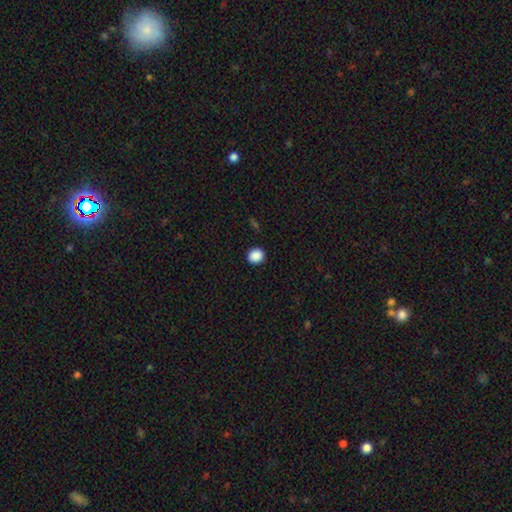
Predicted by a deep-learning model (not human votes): Smooth or featured? Predicted: smooth (p=0.89). How rounded? Predicted: round (p=0.79). Merging? Predicted: none (p=0.91).